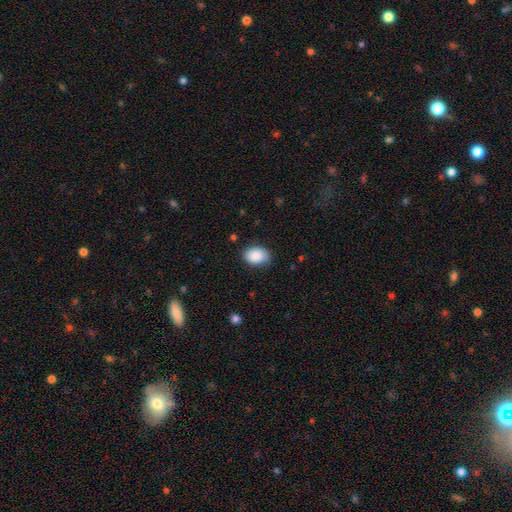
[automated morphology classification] Smooth or featured: smooth — 89% (star or artifact — 7%)
How rounded: in between — 80% (round — 19%)
Merging: none — 80% (minor disturbance — 15%)